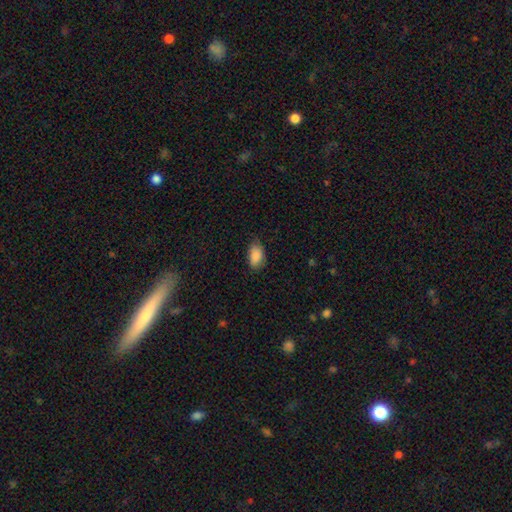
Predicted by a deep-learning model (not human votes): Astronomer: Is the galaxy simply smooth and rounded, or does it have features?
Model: smooth — 89%.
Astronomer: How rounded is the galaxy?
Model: in between — 93%.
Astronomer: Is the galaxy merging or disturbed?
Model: none — 77%.